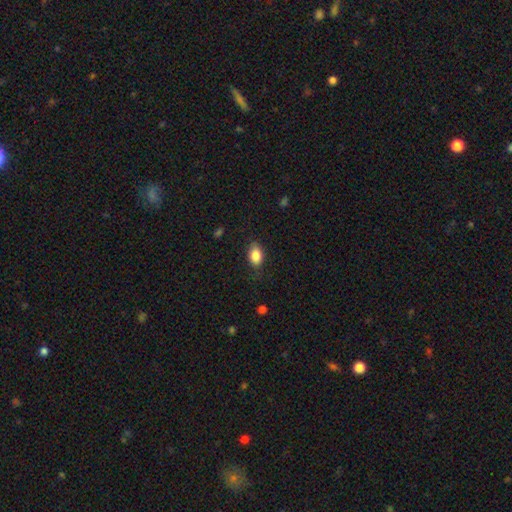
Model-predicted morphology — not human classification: Smooth or featured: smooth — 86% (star or artifact — 8%)
How rounded: in between — 85% (round — 13%)
Merging: none — 78% (minor disturbance — 17%)